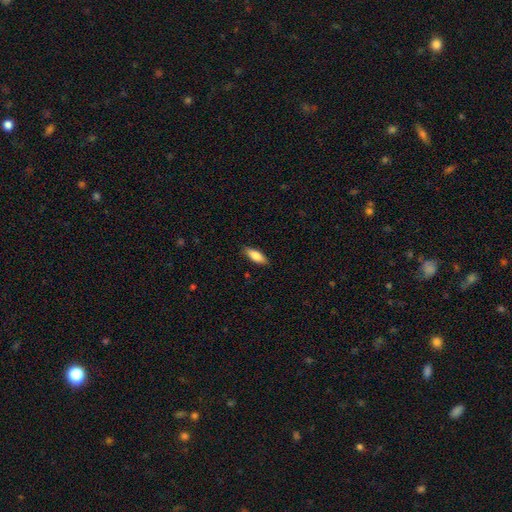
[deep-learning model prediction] Smooth or featured? smooth (79%)
How rounded? in between (68%)
Merging? none (87%)